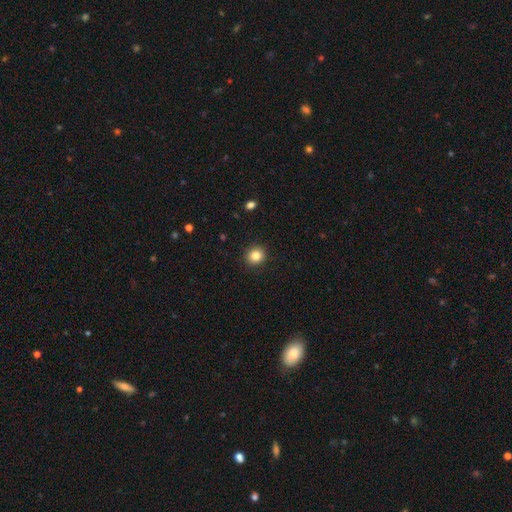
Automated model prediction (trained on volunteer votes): This appears to be a smooth galaxy with no disk features (85%) that is round (88%). Merging: none (92%).